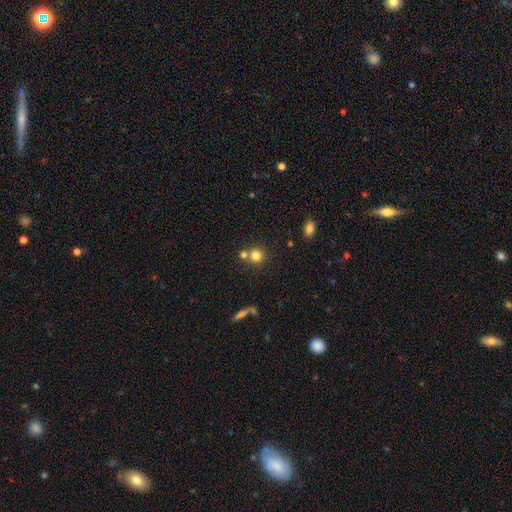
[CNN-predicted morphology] Smooth or featured? Predicted: smooth (p=0.79). How rounded? Predicted: round (p=0.90). Merging? Predicted: none (p=0.58).